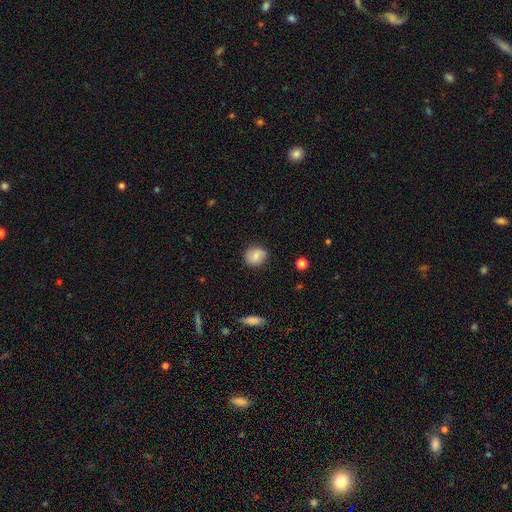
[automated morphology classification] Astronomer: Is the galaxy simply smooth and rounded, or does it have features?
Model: smooth — 82%.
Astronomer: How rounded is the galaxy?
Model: round — 69%.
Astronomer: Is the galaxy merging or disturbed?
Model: none — 84%.